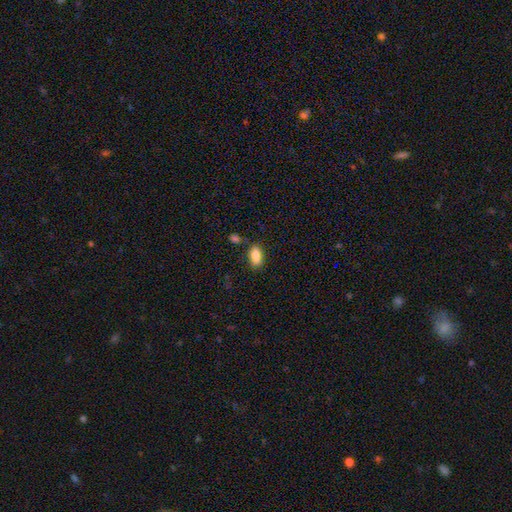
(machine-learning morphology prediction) A smooth galaxy with no disk features (86%) that is in between round and cigar-shaped (90%).

Vote fractions:
- Smooth or featured? smooth: 86% / star or artifact: 8% / featured or disk: 6%
- How rounded? in between: 90% / cigar-shaped: 7% / round: 4%
- Merging? none: 79% / minor disturbance: 13% / merger: 6% / major disturbance: 3%